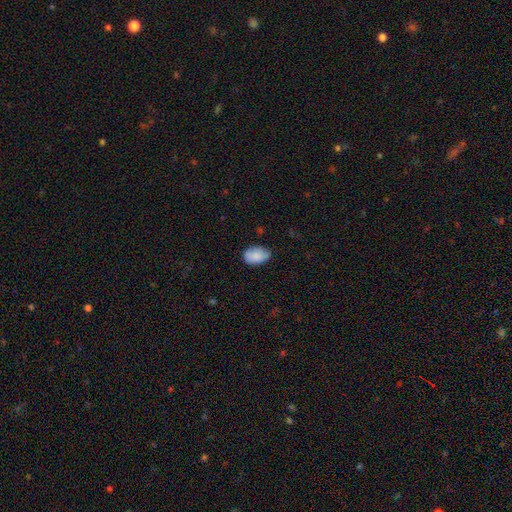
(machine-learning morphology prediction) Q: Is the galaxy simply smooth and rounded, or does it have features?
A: smooth — 83%.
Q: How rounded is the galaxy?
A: in between — 88%.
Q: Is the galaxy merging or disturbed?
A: none — 66%.